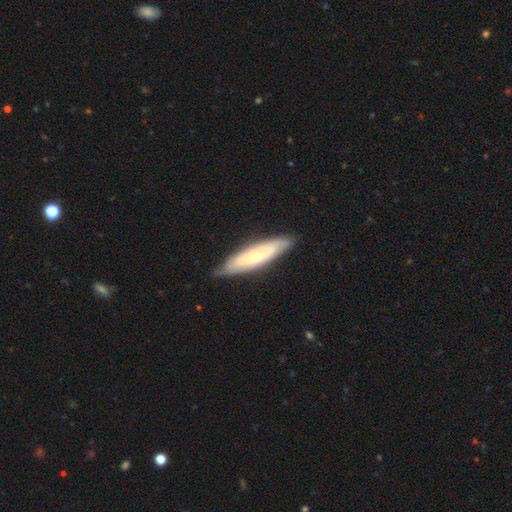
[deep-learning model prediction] The model was most divided on "smooth or featured": smooth: 53%, featured or disk: 41%, star or artifact: 6%. More confident: merging — none (80%); how rounded — cigar-shaped (75%).